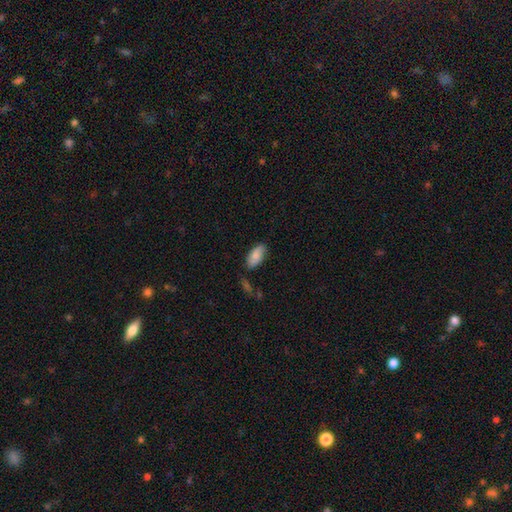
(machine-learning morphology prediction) This appears to be a smooth galaxy with no disk features (87%) that is in between round and cigar-shaped (90%). Merging: none (79%).